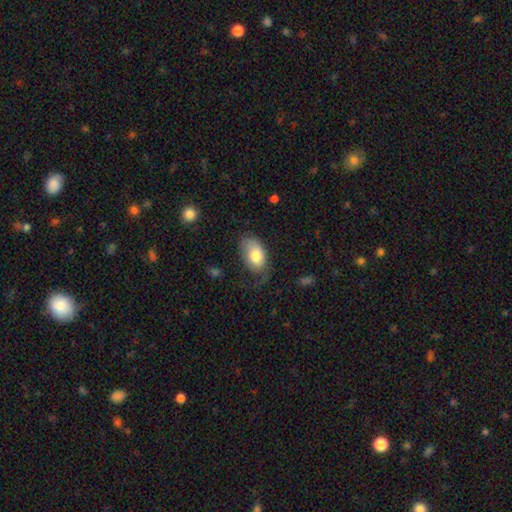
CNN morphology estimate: Smooth or featured?
  - smooth: 70% *
  - featured or disk: 23%
  - star or artifact: 6%
How rounded?
  - in between: 92% *
  - round: 7%
  - cigar-shaped: 1%
Merging?
  - none: 41% *
  - minor disturbance: 29%
  - major disturbance: 27%
  - merger: 2%